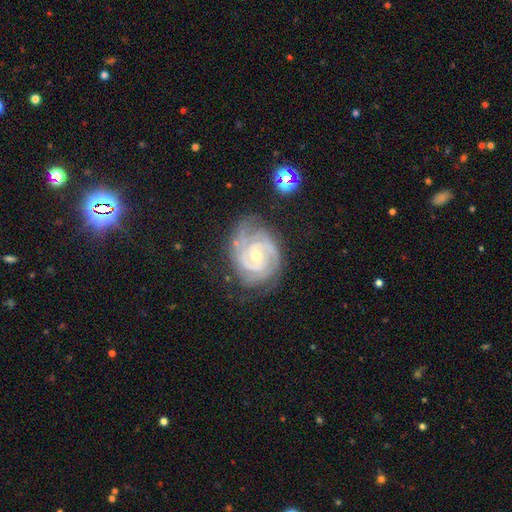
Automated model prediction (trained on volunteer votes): Smooth or featured? featured or disk (91%)
Edge-on disk? no (98%)
Bar? no (57%)
Spiral arms? yes (98%)
Spiral winding? tight (70%)
Spiral arm count? 2 (45%)
Bulge size? small (53%)
Merging? none (71%)